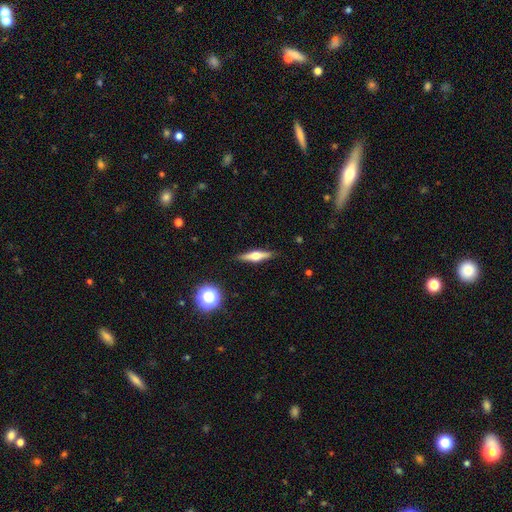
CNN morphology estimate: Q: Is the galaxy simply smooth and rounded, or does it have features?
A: featured or disk — 61%.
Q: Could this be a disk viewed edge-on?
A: yes — 96%.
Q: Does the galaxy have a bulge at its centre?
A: rounded — 92%.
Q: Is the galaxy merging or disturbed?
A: none — 89%.